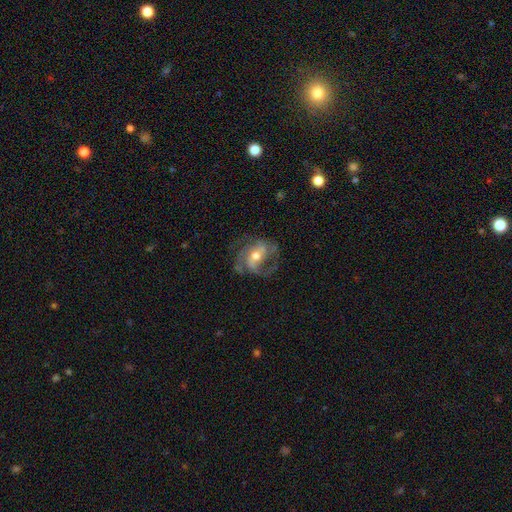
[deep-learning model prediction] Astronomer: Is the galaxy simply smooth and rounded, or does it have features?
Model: featured or disk — 84%.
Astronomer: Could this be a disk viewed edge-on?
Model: no — 97%.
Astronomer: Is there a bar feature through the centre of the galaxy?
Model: no — 44% (runner-up: weak, 38%).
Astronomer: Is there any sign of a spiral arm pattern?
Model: yes — 94%.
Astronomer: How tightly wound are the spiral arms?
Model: medium — 50% (runner-up: tight, 25%).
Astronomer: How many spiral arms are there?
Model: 3 — 40% (runner-up: 2, 30%).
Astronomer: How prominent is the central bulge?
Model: moderate — 66%.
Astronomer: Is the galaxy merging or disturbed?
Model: none — 64%.